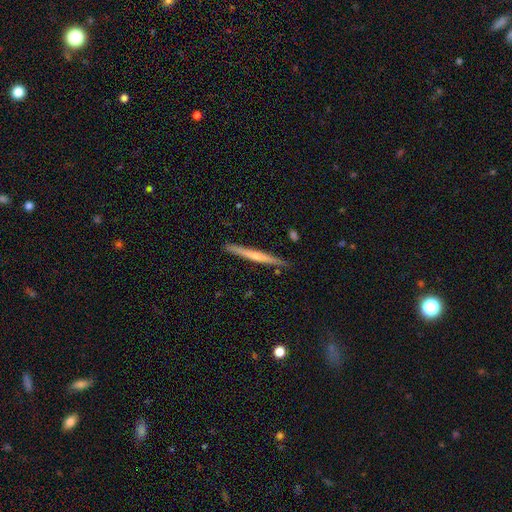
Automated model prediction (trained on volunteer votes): Q: Smooth or featured?
A: featured or disk (52%); runner-up: smooth (43%)
Q: Edge-on disk?
A: yes (97%); runner-up: no (3%)
Q: Edge-on bulge?
A: none (58%); runner-up: rounded (33%)
Q: Merging?
A: none (89%); runner-up: minor disturbance (8%)